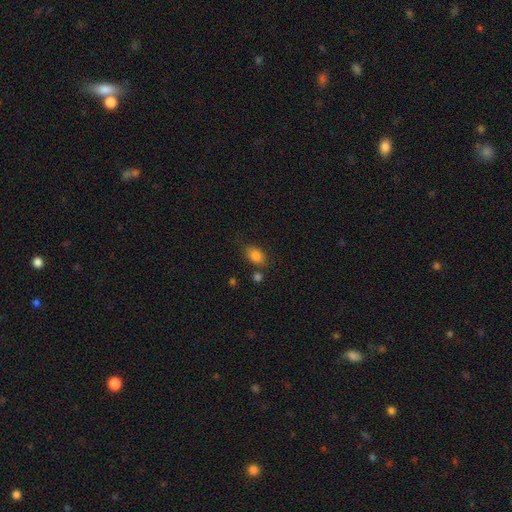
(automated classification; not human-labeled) A smooth galaxy with no disk features (84%) that is in between round and cigar-shaped (83%).

Vote fractions:
- Smooth or featured? smooth: 84% / star or artifact: 10% / featured or disk: 6%
- How rounded? in between: 83% / round: 15% / cigar-shaped: 2%
- Merging? none: 73% / minor disturbance: 16% / merger: 7% / major disturbance: 4%